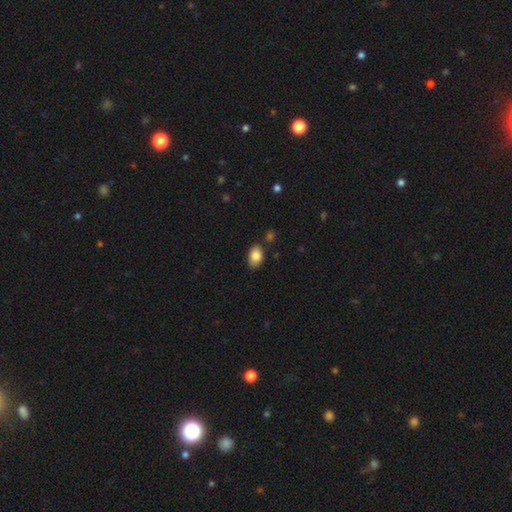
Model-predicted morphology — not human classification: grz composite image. It shows a smooth galaxy with no disk features (86%) that is in between round and cigar-shaped (88%). Merging: none (79%).